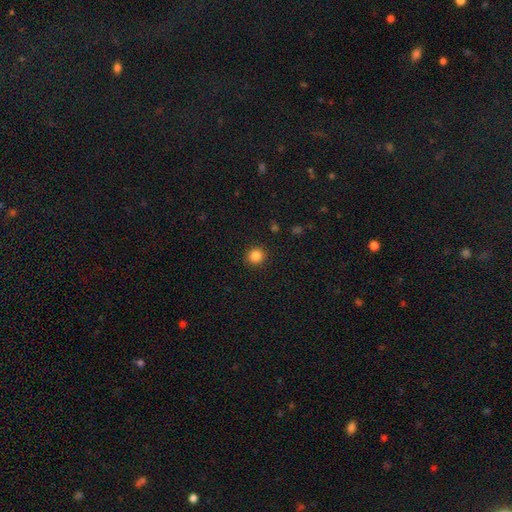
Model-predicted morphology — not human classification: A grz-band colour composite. It shows a smooth galaxy with no disk features (86%) that is round (91%). Merging: none (91%).